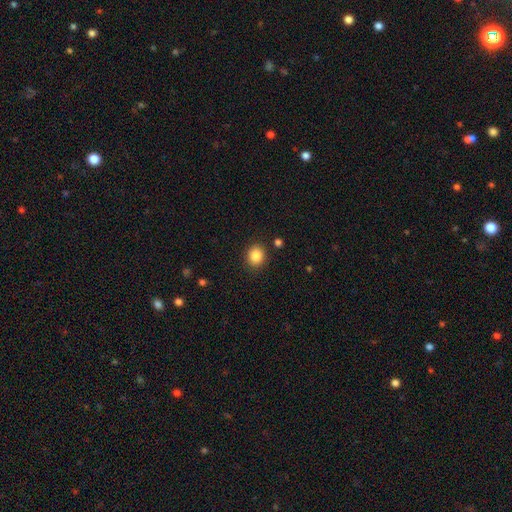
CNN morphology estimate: Smooth or featured? Predicted: smooth (p=0.85). How rounded? Predicted: round (p=0.75). Merging? Predicted: none (p=0.88).